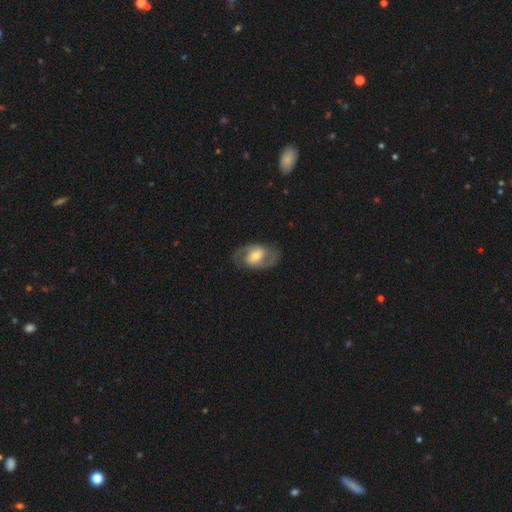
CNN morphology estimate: Smooth or featured? featured or disk (70%)
Edge-on disk? no (95%)
Bar? weak (43%)
Spiral arms? yes (83%)
Spiral winding? medium (53%)
Spiral arm count? 2 (88%)
Bulge size? moderate (60%)
Merging? none (79%)